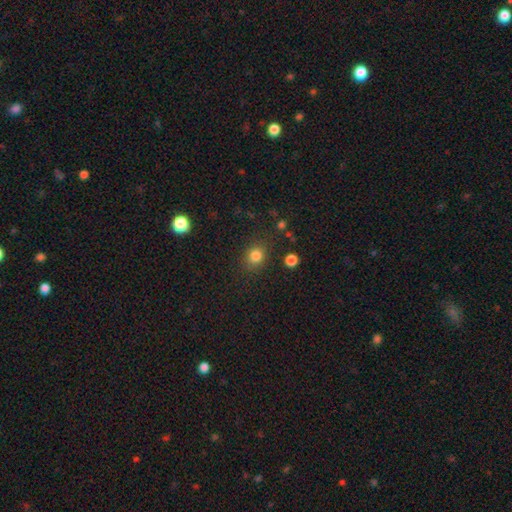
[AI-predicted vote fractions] The model was most divided on "how rounded": round: 74%, in between: 25%, cigar-shaped: 1%. More confident: merging — none (83%); smooth or featured — smooth (82%).